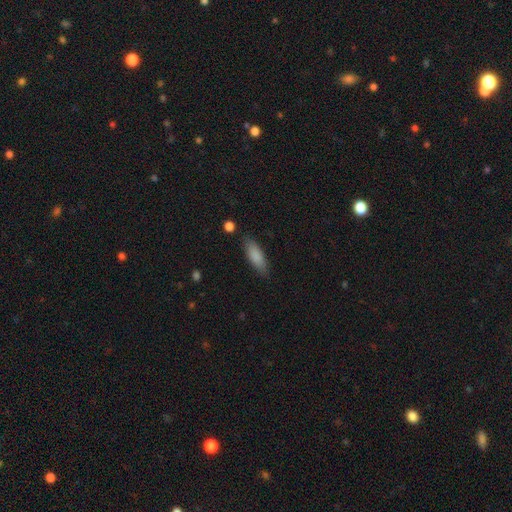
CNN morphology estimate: A smooth galaxy with no disk features (85%) that is in between round and cigar-shaped (57%).

Vote fractions:
- Smooth or featured? smooth: 85% / featured or disk: 9% / star or artifact: 6%
- How rounded? in between: 57% / cigar-shaped: 41% / round: 2%
- Merging? none: 82% / minor disturbance: 13% / major disturbance: 3% / merger: 2%